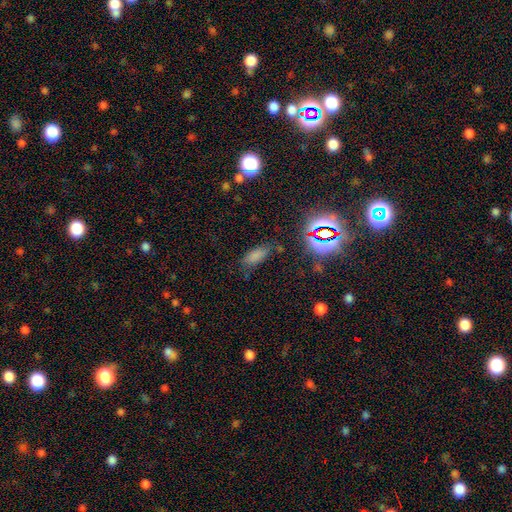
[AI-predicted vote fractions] This is likely a smooth galaxy (71%). How rounded: likely in between (80%). Merging: likely none (69%).